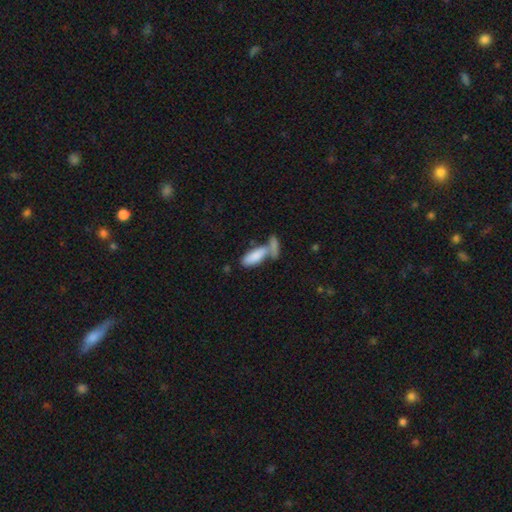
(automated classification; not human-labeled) smooth 81%, featured or disk 12%, star or artifact 7%. Down the decision tree: how rounded — in between (73%); merging — merger (49%).